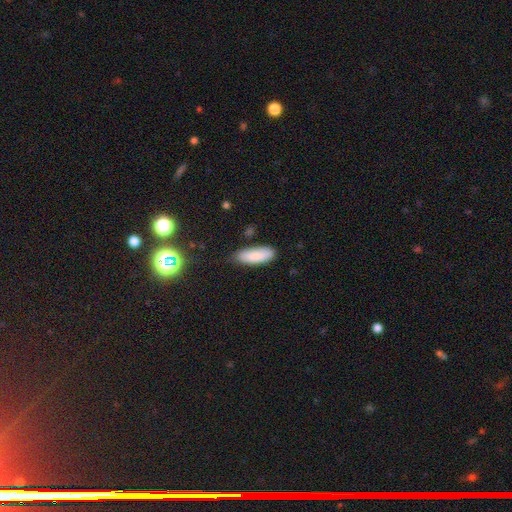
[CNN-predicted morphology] smooth-or-featured: smooth: 87% | featured or disk: 7% | star or artifact: 6%
  how-rounded: in between: 64% | cigar-shaped: 35% | round: 2%
  merging: none: 74% | minor disturbance: 20% | major disturbance: 4% | merger: 2%